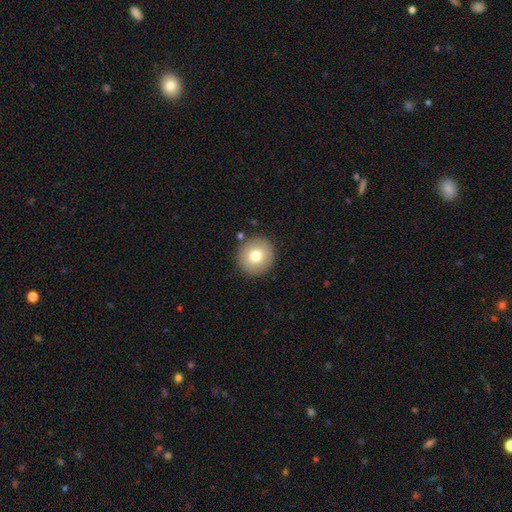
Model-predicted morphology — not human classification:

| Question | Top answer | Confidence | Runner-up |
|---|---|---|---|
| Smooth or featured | smooth | 77% | featured or disk (14%) |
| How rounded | round | 93% | in between (6%) |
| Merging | none | 89% | minor disturbance (7%) |